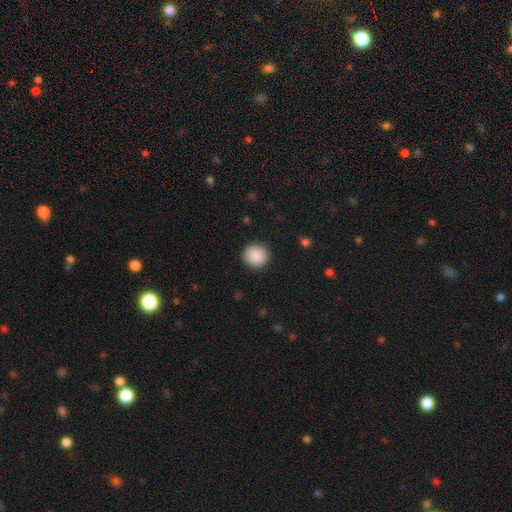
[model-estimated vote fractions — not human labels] Smooth or featured: smooth — 90% (star or artifact — 8%)
How rounded: round — 91% (in between — 8%)
Merging: none — 91% (minor disturbance — 6%)